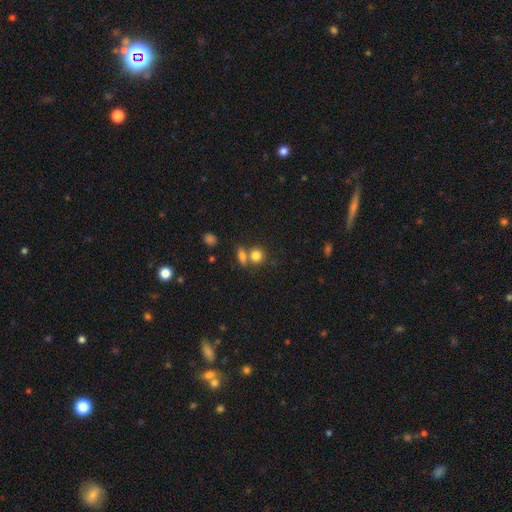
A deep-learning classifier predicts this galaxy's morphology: type=smooth (81%); roundness=round (76%); merging=none (52%).